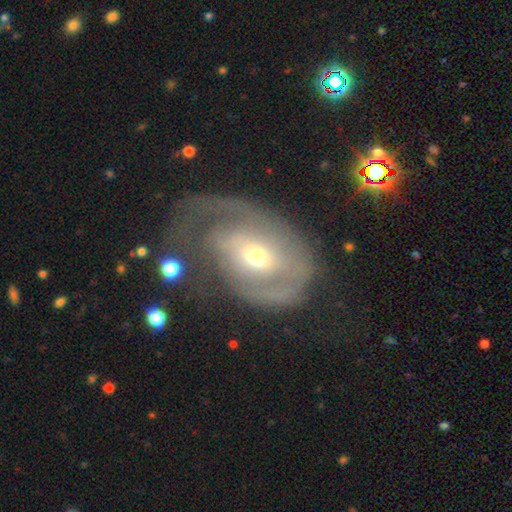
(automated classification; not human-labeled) A featured or disk galaxy (77%) with no bar (55%), 2 (38%) tight (46%) spiral arms (83%) and a moderate central bulge (53%). Merging: none (40%).